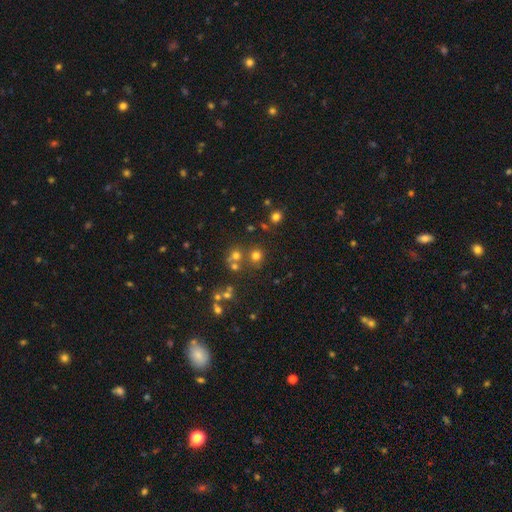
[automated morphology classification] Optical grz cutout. It shows a smooth galaxy with no disk features (68%) that is round (90%). Merging: none (71%).